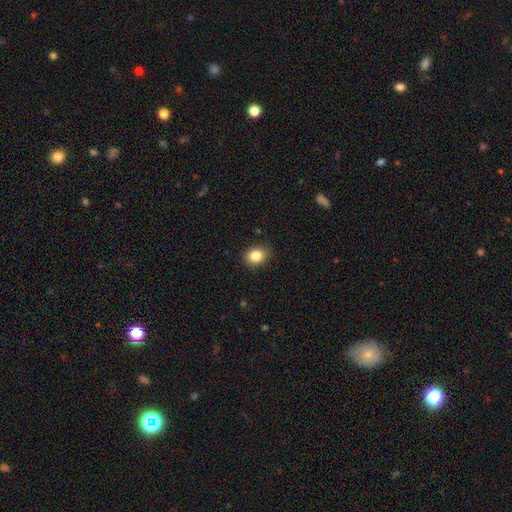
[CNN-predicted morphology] Smooth or featured? smooth (85%)
How rounded? round (56%)
Merging? none (87%)